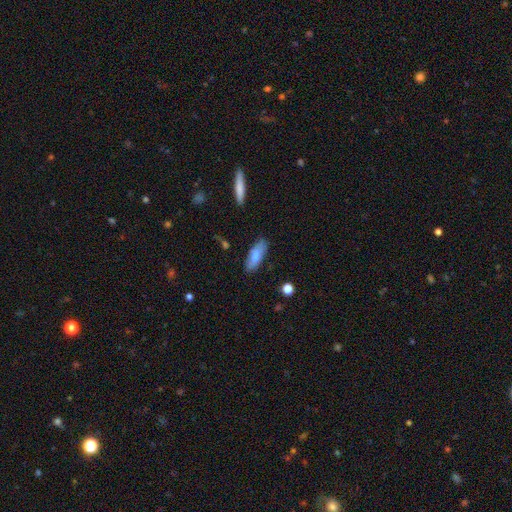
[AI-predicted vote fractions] smooth-or-featured: smooth: 76% | featured or disk: 18% | star or artifact: 6%
  how-rounded: in between: 72% | cigar-shaped: 26% | round: 2%
  merging: none: 81% | minor disturbance: 15% | major disturbance: 3% | merger: 2%